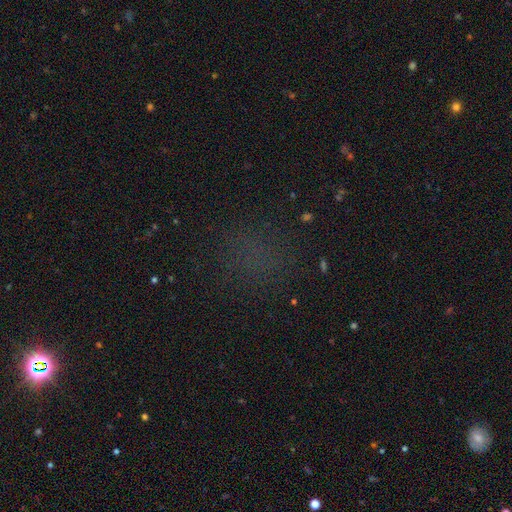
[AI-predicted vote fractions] Q: Smooth or featured?
A: star or artifact (48%); runner-up: smooth (41%)